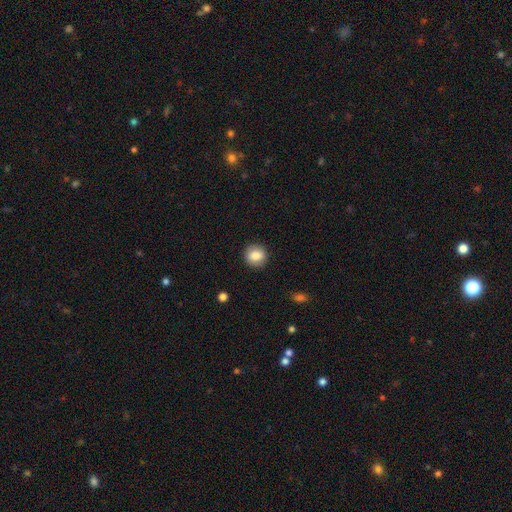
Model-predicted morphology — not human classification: The model was most divided on "how rounded": round: 84%, in between: 15%, cigar-shaped: 1%. More confident: merging — none (89%); smooth or featured — smooth (83%).